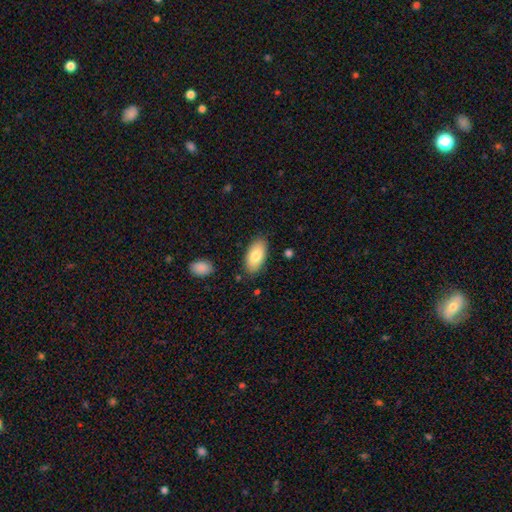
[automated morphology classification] Q: Smooth or featured?
A: smooth (80%); runner-up: featured or disk (14%)
Q: How rounded?
A: in between (94%); runner-up: cigar-shaped (4%)
Q: Merging?
A: none (84%); runner-up: minor disturbance (12%)